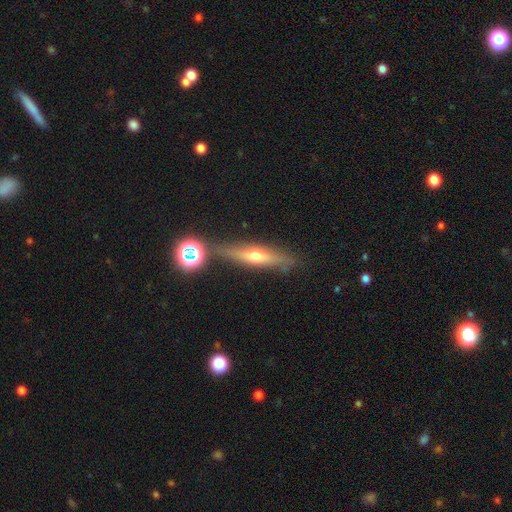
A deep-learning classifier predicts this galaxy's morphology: Smooth or featured? Predicted: featured or disk (p=0.56). Edge-on disk? Predicted: yes (p=0.90). Edge-on bulge? Predicted: rounded (p=0.85). Merging? Predicted: none (p=0.81).